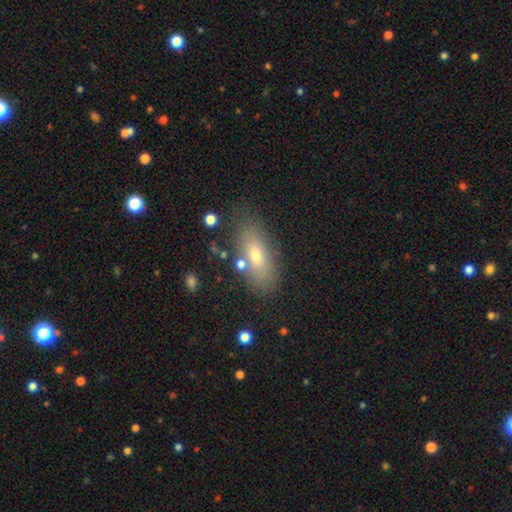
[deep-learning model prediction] Overall: smooth (68%). How rounded: in between (81%). Merging: none (75%).